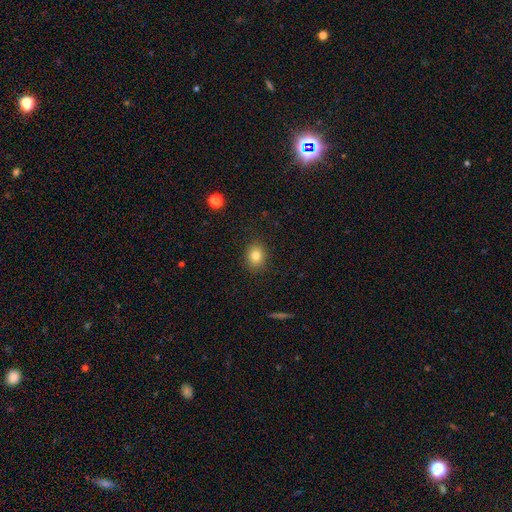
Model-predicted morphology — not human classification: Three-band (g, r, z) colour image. It shows a smooth galaxy with no disk features (81%) that is round (60%). Merging: none (89%).